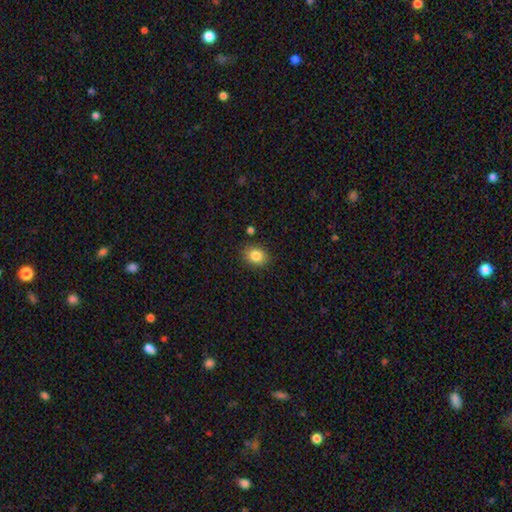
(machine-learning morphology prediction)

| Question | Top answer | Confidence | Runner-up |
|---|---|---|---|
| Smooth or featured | smooth | 85% | star or artifact (9%) |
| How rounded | in between | 61% | round (38%) |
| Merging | none | 86% | minor disturbance (9%) |